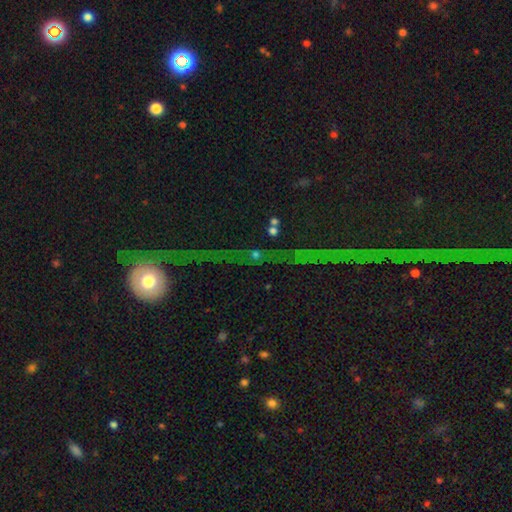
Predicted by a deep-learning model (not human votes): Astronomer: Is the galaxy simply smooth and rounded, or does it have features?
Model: star or artifact — 41% (runner-up: featured or disk, 32%).